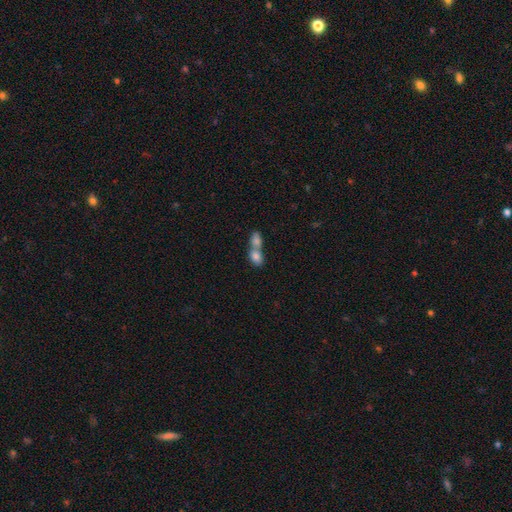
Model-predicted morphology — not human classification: Smooth or featured? Predicted: smooth (p=0.80). How rounded? Predicted: in between (p=0.72). Merging? Predicted: merger (p=0.75).